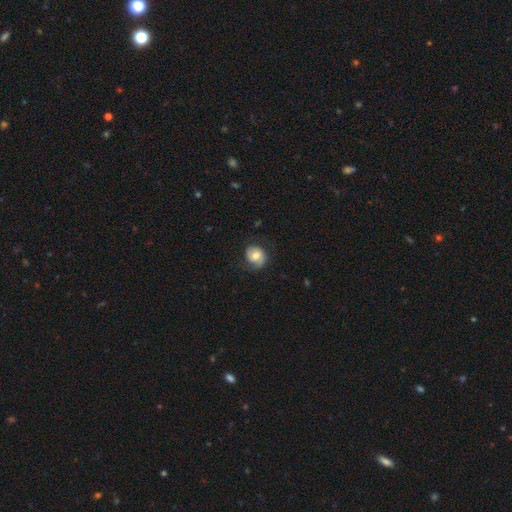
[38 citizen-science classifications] This is possibly a smooth galaxy (53%). How rounded: possibly in between (55%). Merging: likely none (63%).